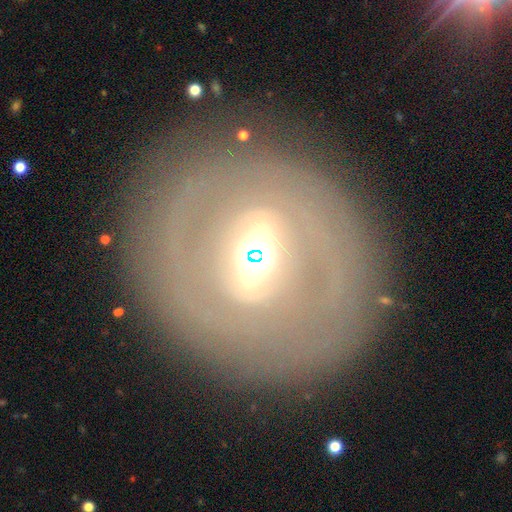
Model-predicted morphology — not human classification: smooth-or-featured: featured or disk: 69% | smooth: 22% | star or artifact: 9%
  disk-edge-on: no: 86% | yes: 14%
    bar: strong: 48% | weak: 30% | no: 22%
    has-spiral-arms: no: 69% | yes: 31%
    bulge-size: moderate: 51% | large: 24% | small: 18% | dominant: 5% | none: 2%
  merging: none: 80% | minor disturbance: 11% | major disturbance: 7% | merger: 2%